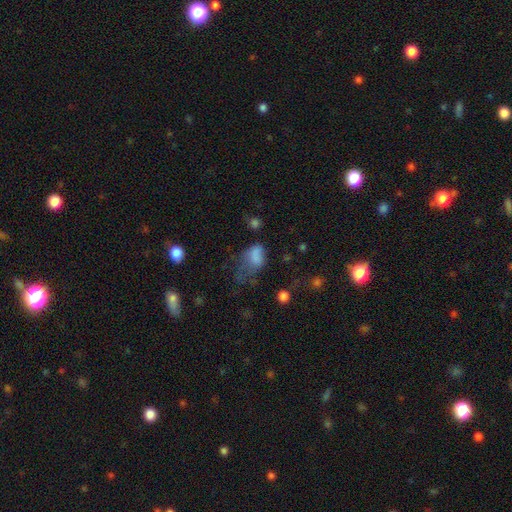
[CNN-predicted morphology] Q: Smooth or featured?
A: smooth (73%); runner-up: featured or disk (14%)
Q: How rounded?
A: in between (83%); runner-up: round (15%)
Q: Merging?
A: major disturbance (52%); runner-up: minor disturbance (25%)